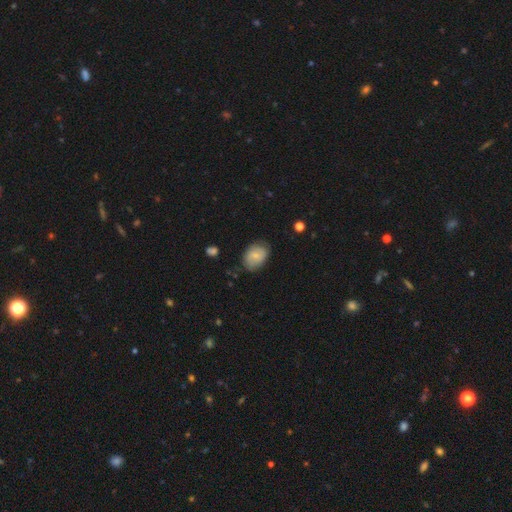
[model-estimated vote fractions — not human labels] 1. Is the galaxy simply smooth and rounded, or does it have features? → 68% smooth, 25% featured or disk, 7% star or artifact.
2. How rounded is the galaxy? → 71% in between, 27% round, 1% cigar-shaped.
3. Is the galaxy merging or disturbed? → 73% none, 21% minor disturbance, 5% major disturbance, 1% merger.